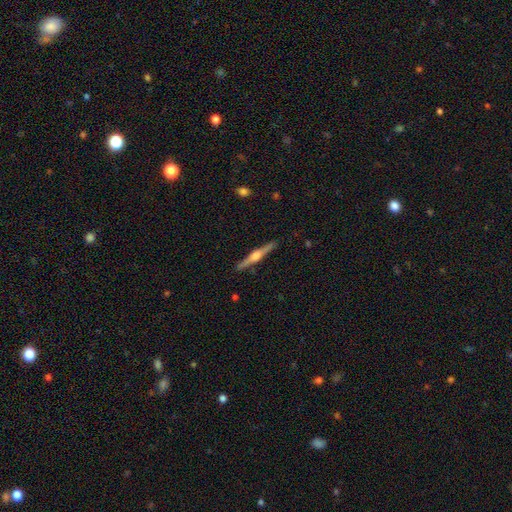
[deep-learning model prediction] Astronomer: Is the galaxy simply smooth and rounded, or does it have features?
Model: featured or disk — 81%.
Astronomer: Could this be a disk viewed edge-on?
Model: yes — 98%.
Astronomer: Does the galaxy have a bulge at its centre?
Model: rounded — 88%.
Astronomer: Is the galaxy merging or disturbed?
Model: none — 91%.